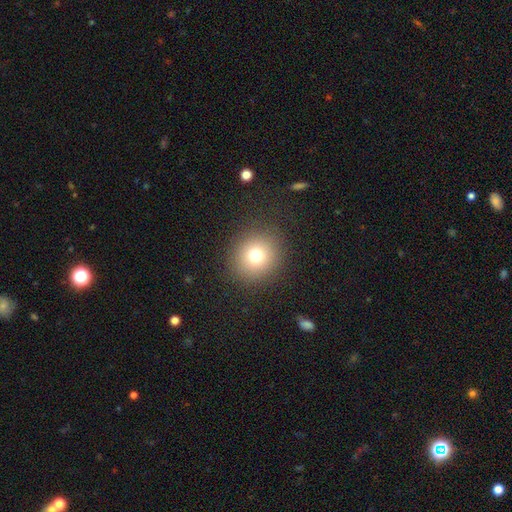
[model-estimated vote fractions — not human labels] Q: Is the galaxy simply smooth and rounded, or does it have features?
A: smooth — 76%.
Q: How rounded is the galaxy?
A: round — 87%.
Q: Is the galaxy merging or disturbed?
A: none — 89%.